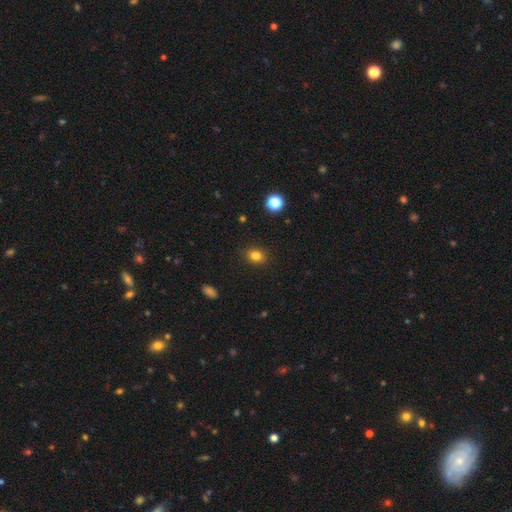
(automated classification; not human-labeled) This appears to be a smooth galaxy with no disk features (82%) that is round (61%). Merging: none (88%).